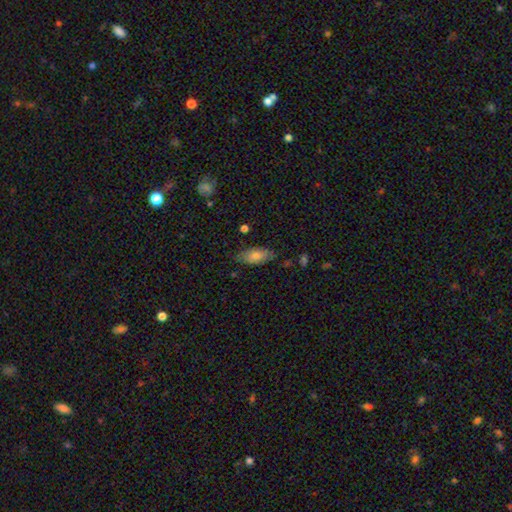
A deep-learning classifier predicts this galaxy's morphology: The model was most divided on "smooth or featured": smooth: 71%, featured or disk: 22%, star or artifact: 7%. More confident: how rounded — in between (85%); merging — none (77%).